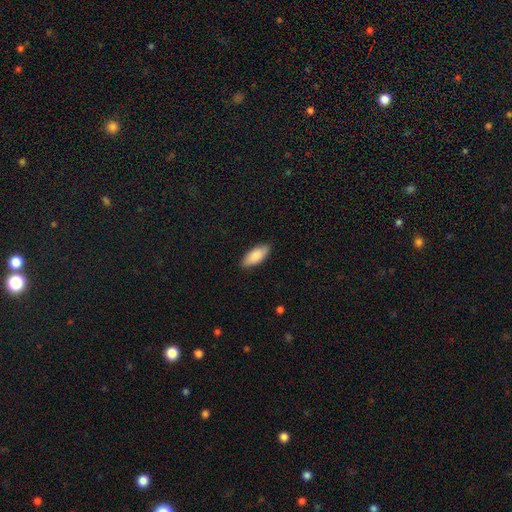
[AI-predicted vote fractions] smooth-or-featured: smooth: 87% | featured or disk: 8% | star or artifact: 6%
  how-rounded: in between: 82% | cigar-shaped: 17% | round: 2%
  merging: none: 87% | minor disturbance: 10% | major disturbance: 2% | merger: 1%